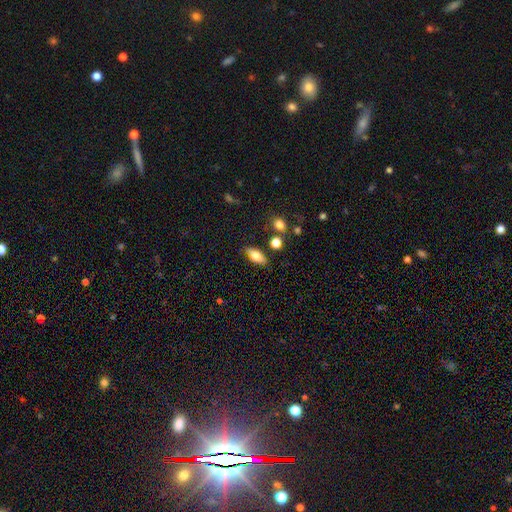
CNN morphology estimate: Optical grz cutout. It shows a smooth galaxy with no disk features (67%) that is in between round and cigar-shaped (76%). Merging: none (80%).